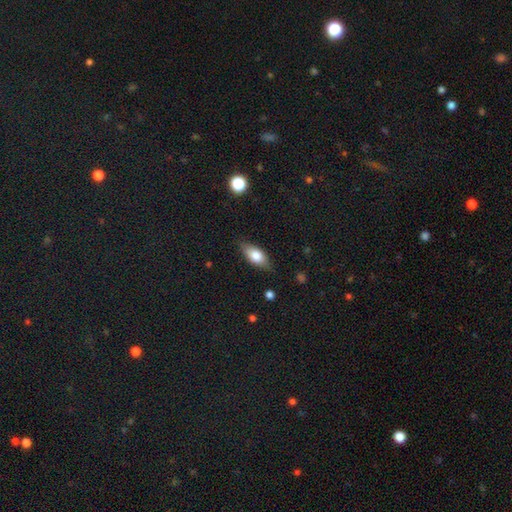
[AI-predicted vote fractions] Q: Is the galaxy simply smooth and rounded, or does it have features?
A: smooth — 72%.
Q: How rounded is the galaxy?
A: in between — 84%.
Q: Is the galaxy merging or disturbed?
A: none — 81%.